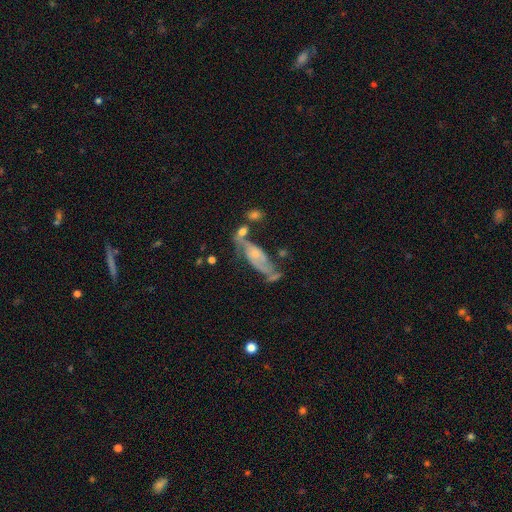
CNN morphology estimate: smooth_or_featured: featured or disk (p=0.70) [alt: smooth p=0.22]
disk_edge_on: no (p=0.78) [alt: yes p=0.22]
bar: no (p=0.64) [alt: weak p=0.28]
has_spiral_arms: yes (p=0.76) [alt: no p=0.24]
bulge_size: small (p=0.58) [alt: moderate p=0.27]
merging: none (p=0.38) [alt: merger p=0.22]